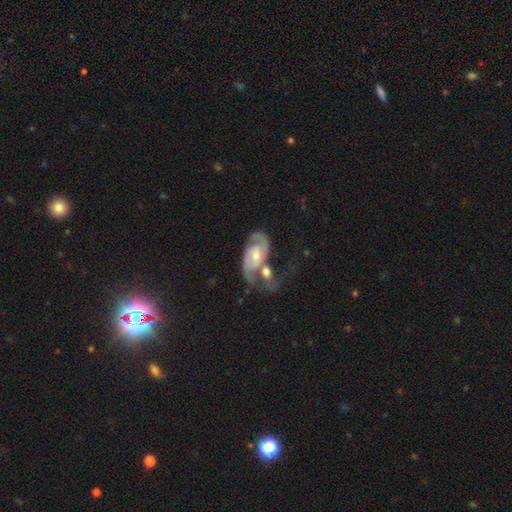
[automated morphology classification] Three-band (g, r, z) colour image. It shows a featured or disk galaxy (85%) with no bar (46%), 2 (84%) medium (49%) spiral arms (95%) and a moderate central bulge (58%). Merging: merger (48%).